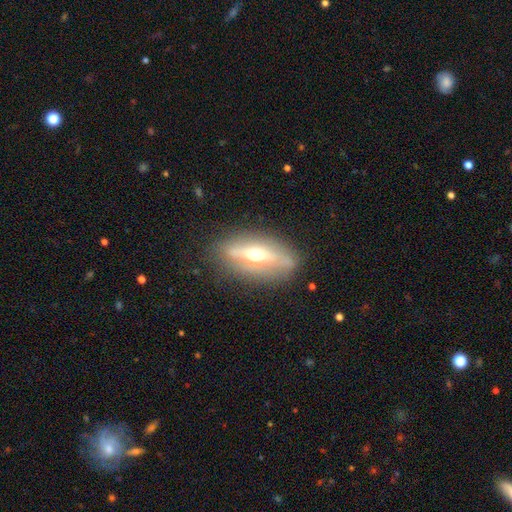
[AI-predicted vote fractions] A featured or disk galaxy (63%) viewed edge-on (66%).

Vote fractions:
- Smooth or featured? featured or disk: 63% / smooth: 30% / star or artifact: 8%
- Edge-on disk? yes: 66% / no: 34%
- Merging? none: 78% / minor disturbance: 14% / major disturbance: 6% / merger: 2%